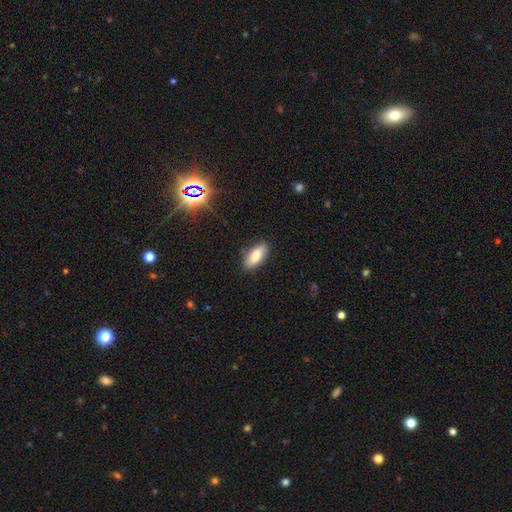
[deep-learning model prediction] smooth-or-featured: smooth: 79% | featured or disk: 14% | star or artifact: 7%
  how-rounded: in between: 81% | cigar-shaped: 16% | round: 2%
  merging: none: 86% | minor disturbance: 11% | major disturbance: 2% | merger: 1%